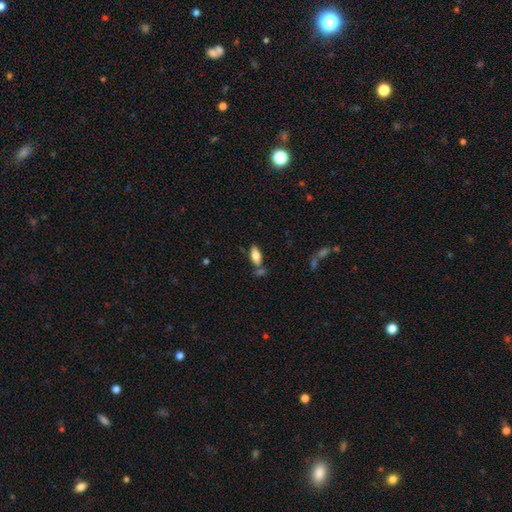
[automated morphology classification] Smooth or featured? smooth (72%)
How rounded? in between (80%)
Merging? none (66%)